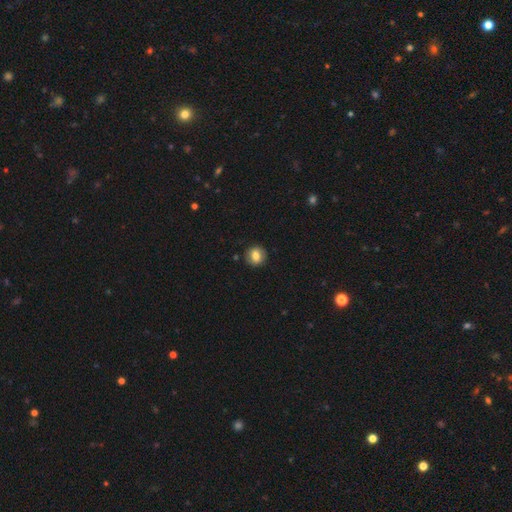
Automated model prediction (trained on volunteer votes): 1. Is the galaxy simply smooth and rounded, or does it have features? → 75% smooth, 16% featured or disk, 9% star or artifact.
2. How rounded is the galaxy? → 83% round, 16% in between, 1% cigar-shaped.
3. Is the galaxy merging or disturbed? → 88% none, 8% minor disturbance, 2% major disturbance, 1% merger.